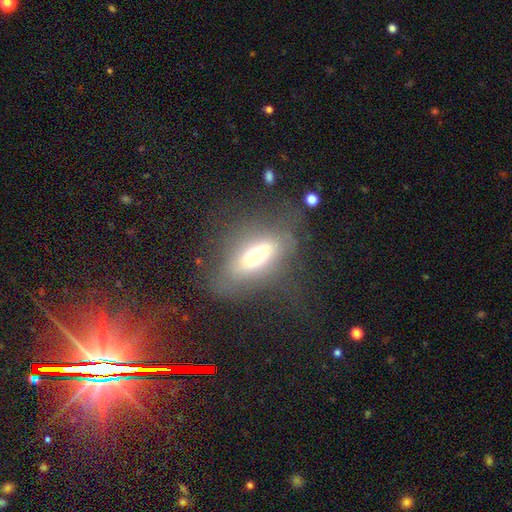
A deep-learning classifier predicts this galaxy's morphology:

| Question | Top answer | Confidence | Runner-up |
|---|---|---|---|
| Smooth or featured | smooth | 52% | featured or disk (36%) |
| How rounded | in between | 74% | cigar-shaped (20%) |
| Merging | none | 53% | major disturbance (24%) |